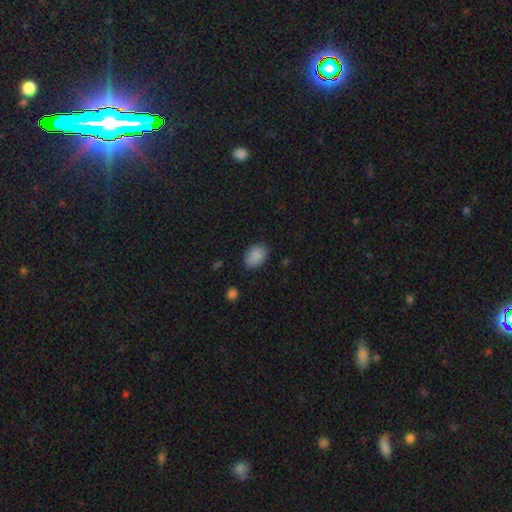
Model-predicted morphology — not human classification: The model was most divided on "how rounded": in between: 83%, round: 16%, cigar-shaped: 1%. More confident: smooth or featured — smooth (88%); merging — none (81%).